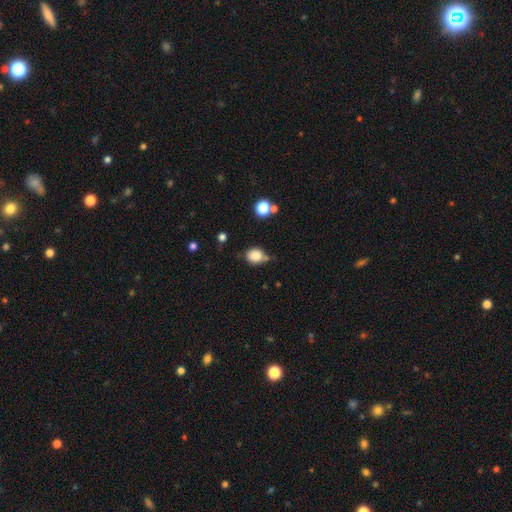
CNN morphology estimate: smooth_or_featured: smooth (p=0.84) [alt: star or artifact p=0.10]
how_rounded: round (p=0.66) [alt: in between p=0.33]
merging: none (p=0.63) [alt: minor disturbance p=0.23]